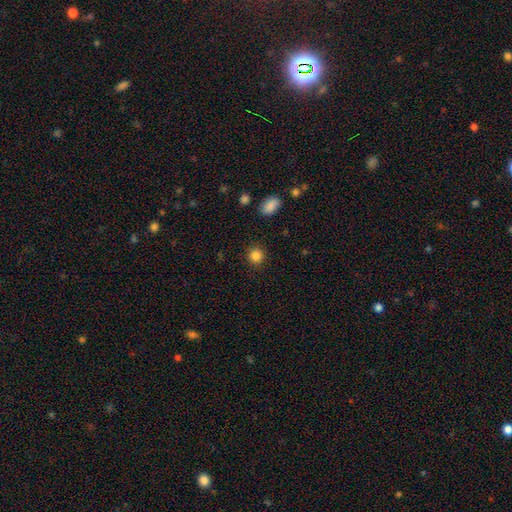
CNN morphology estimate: This is clearly a smooth galaxy (85%). How rounded: clearly round (91%). Merging: clearly none (90%).